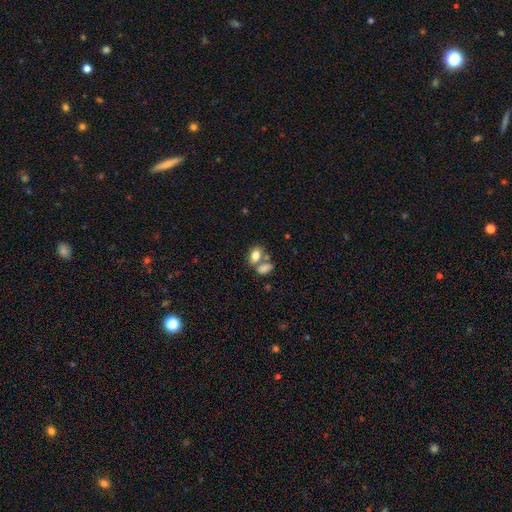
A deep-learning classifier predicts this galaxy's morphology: This appears to be a smooth galaxy with no disk features (80%) that is in between round and cigar-shaped (83%). Merging: merger (44%).